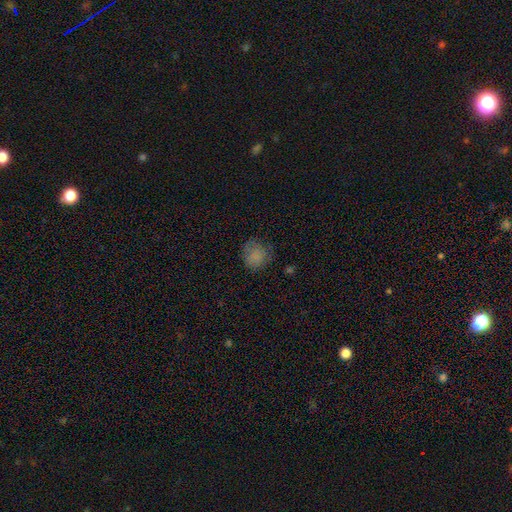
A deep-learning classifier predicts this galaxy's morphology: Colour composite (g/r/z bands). It shows a smooth galaxy with no disk features (78%) that is round (80%). Merging: none (66%).